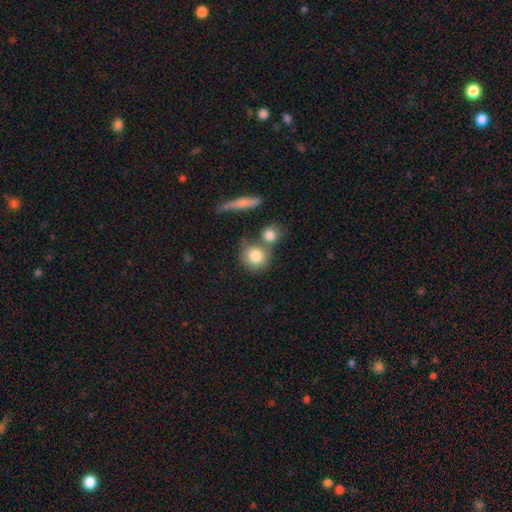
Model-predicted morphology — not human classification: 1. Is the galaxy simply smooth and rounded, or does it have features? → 80% smooth, 11% featured or disk, 8% star or artifact.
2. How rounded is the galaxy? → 83% round, 15% in between, 2% cigar-shaped.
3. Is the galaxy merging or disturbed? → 50% none, 35% merger, 11% minor disturbance, 5% major disturbance.